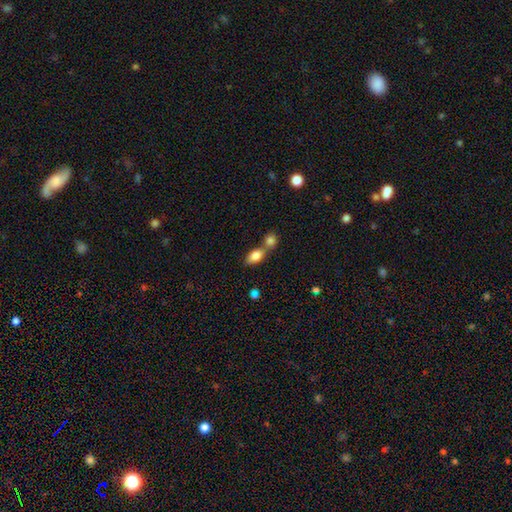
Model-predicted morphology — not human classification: smooth 83%, featured or disk 9%, star or artifact 8%. Down the decision tree: how rounded — in between (85%); merging — merger (48%).